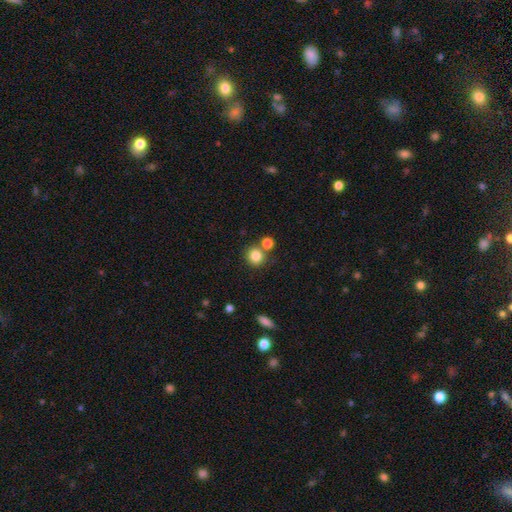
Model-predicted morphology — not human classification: smooth 83%, star or artifact 11%, featured or disk 6%. Down the decision tree: how rounded — round (89%); merging — none (69%).